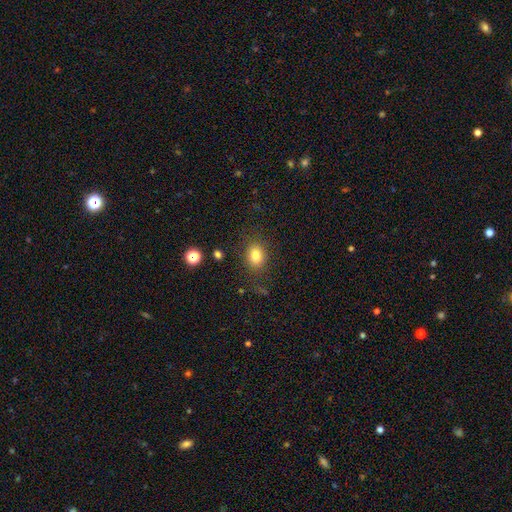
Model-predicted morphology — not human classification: This is clearly a smooth galaxy (81%). How rounded: possibly in between (58%). Merging: clearly none (81%).